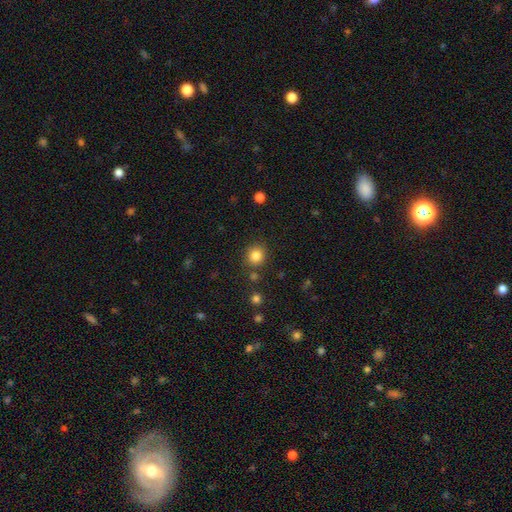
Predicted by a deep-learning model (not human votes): This is clearly a smooth galaxy (84%). How rounded: clearly round (89%). Merging: clearly none (85%).